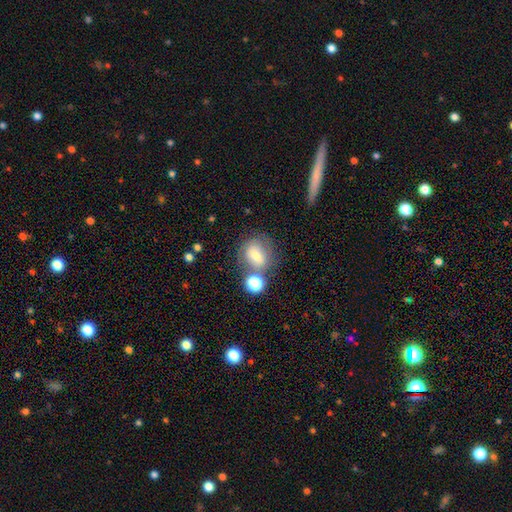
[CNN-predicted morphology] The model was most divided on "how rounded": round: 57%, in between: 41%, cigar-shaped: 2%. More confident: smooth or featured — smooth (62%); merging — none (51%).